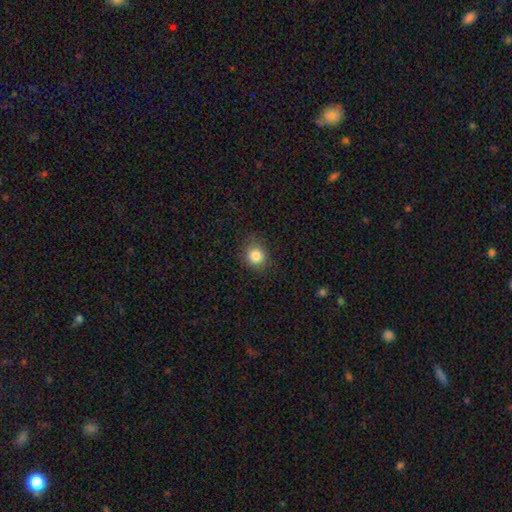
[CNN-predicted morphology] smooth_or_featured: smooth (p=0.84) [alt: star or artifact p=0.11]
how_rounded: round (p=0.80) [alt: in between p=0.19]
merging: none (p=0.82) [alt: minor disturbance p=0.13]